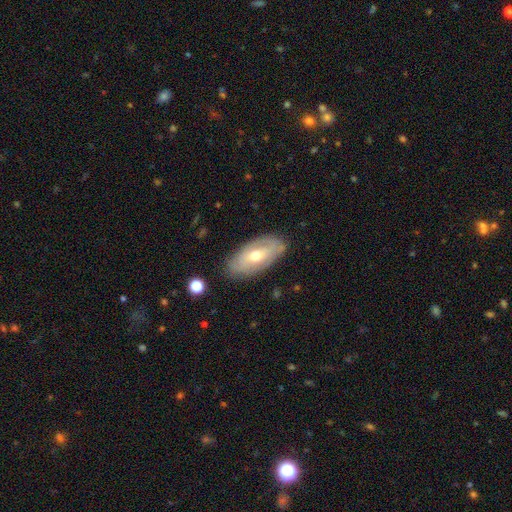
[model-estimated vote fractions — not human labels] Morphology: type=featured or disk (54%); edge-on=no (84%); merging=none (80%).